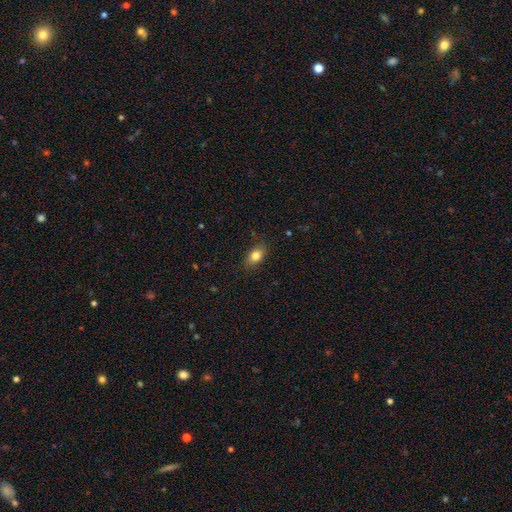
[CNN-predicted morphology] smooth 82%, star or artifact 9%, featured or disk 9%. Down the decision tree: how rounded — in between (81%); merging — none (84%).